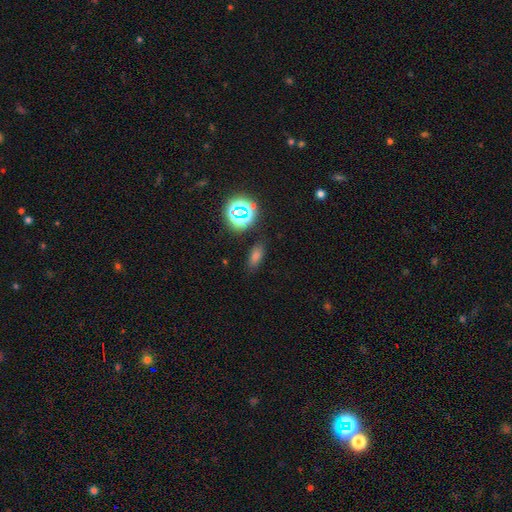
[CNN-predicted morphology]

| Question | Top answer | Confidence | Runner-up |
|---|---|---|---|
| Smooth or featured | smooth | 61% | star or artifact (31%) |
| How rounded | in between | 72% | round (14%) |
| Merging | none | 84% | minor disturbance (10%) |